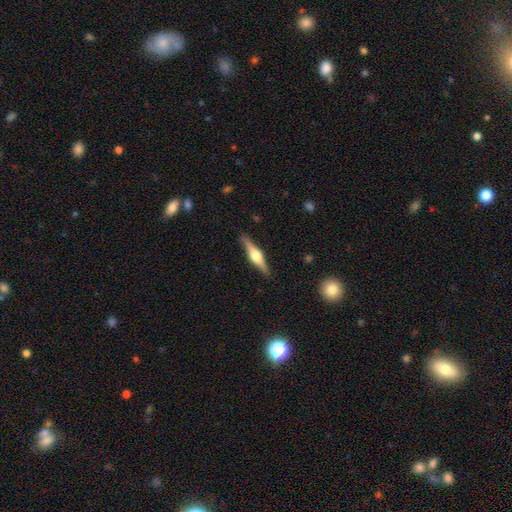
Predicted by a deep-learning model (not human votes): Morphology: type=featured or disk (74%); edge-on=yes (98%); edge-on bulge=rounded (93%); merging=none (90%).